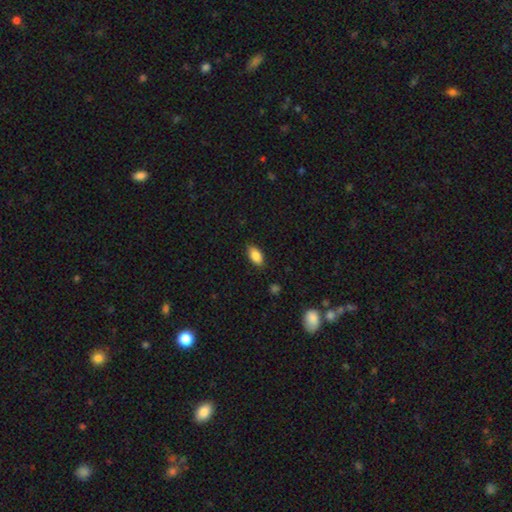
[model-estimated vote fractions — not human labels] Smooth or featured: smooth — 85% (star or artifact — 7%)
How rounded: in between — 91% (cigar-shaped — 5%)
Merging: none — 85% (minor disturbance — 11%)